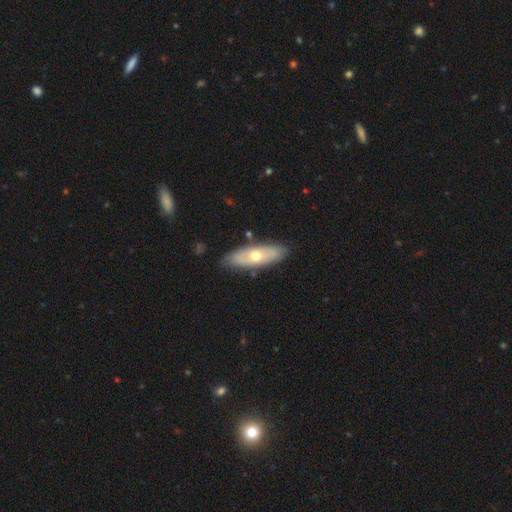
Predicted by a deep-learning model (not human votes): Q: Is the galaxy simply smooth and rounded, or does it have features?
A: featured or disk — 48%.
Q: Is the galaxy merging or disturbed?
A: none — 83%.